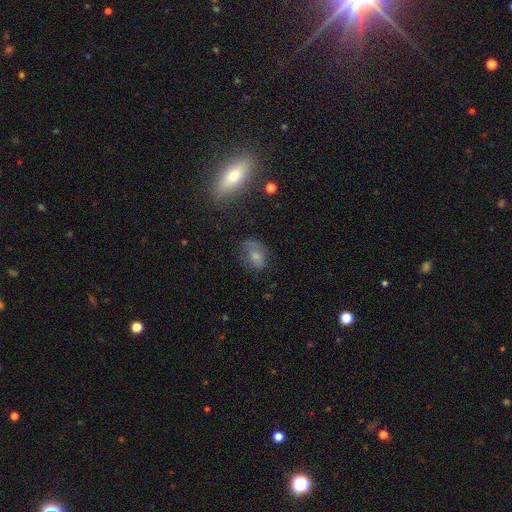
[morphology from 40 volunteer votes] smooth-or-featured: smooth: 75% | featured or disk: 22% | star or artifact: 2%
  how-rounded: in between: 77% | round: 23% | cigar-shaped: 0%
  merging: none: 38% | minor disturbance: 31% | major disturbance: 28% | merger: 3%